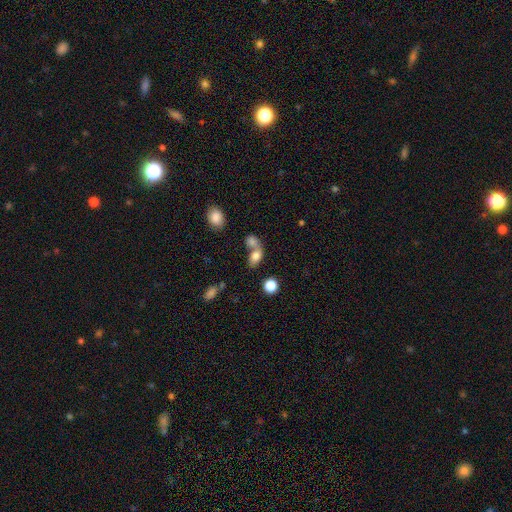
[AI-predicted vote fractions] Morphology: type=smooth (77%); roundness=in between (74%); merging=merger (57%).